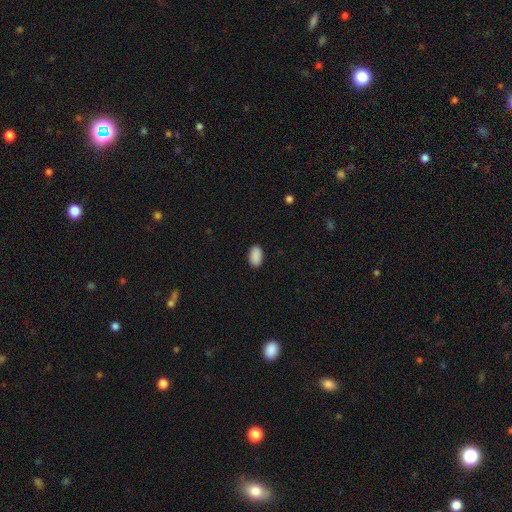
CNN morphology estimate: This appears to be a smooth galaxy with no disk features (90%) that is in between round and cigar-shaped (93%). Merging: none (89%).